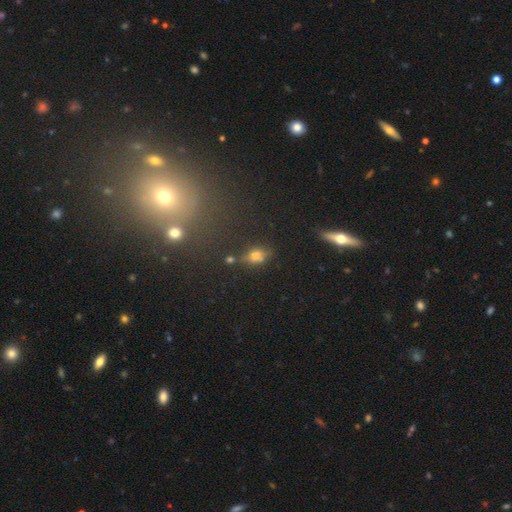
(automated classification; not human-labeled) Q: Smooth or featured?
A: smooth (59%); runner-up: featured or disk (22%)
Q: How rounded?
A: in between (64%); runner-up: round (27%)
Q: Merging?
A: none (65%); runner-up: minor disturbance (19%)